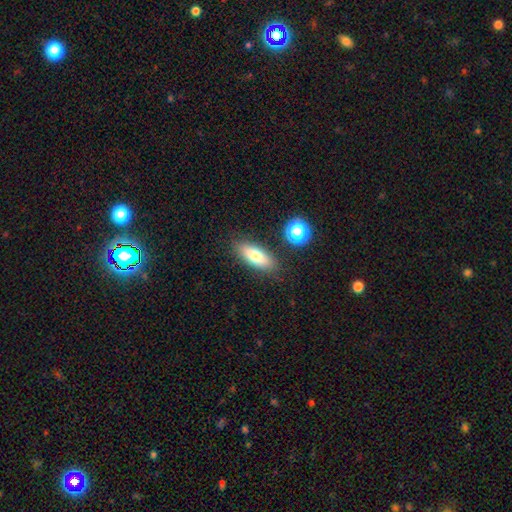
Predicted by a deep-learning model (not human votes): Smooth or featured: smooth — 73% (featured or disk — 18%)
How rounded: in between — 70% (cigar-shaped — 26%)
Merging: none — 84% (minor disturbance — 10%)